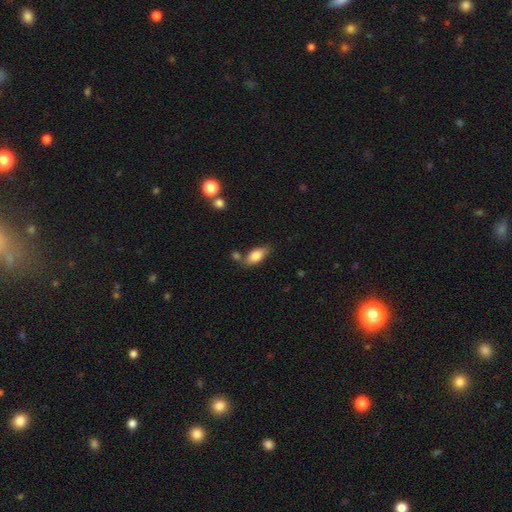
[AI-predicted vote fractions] Smooth or featured?
  - smooth: 79% *
  - featured or disk: 14%
  - star or artifact: 7%
How rounded?
  - in between: 86% *
  - cigar-shaped: 10%
  - round: 4%
Merging?
  - none: 65% *
  - minor disturbance: 18%
  - merger: 13%
  - major disturbance: 5%